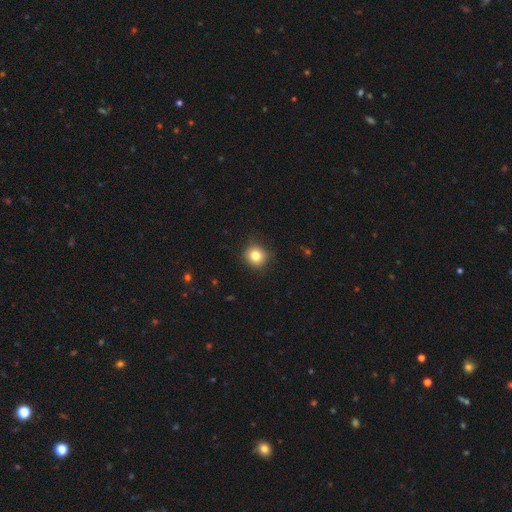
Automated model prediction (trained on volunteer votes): Smooth or featured? smooth (82%)
How rounded? round (91%)
Merging? none (86%)